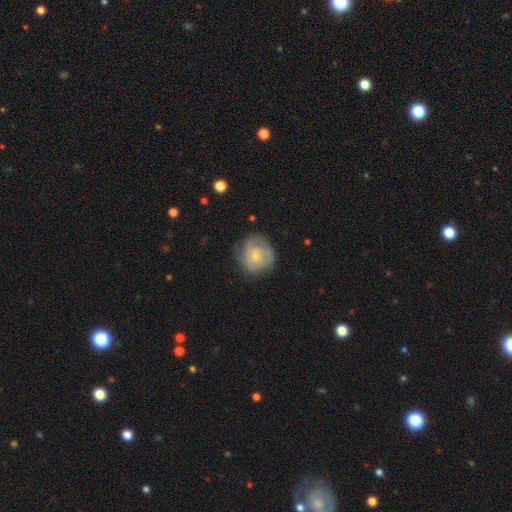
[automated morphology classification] The model was most divided on "smooth or featured": featured or disk: 57%, smooth: 36%, star or artifact: 7%. More confident: edge-on disk — no (98%); spiral arms — yes (82%); bar — no (75%); bulge size — small (67%); merging — none (65%).